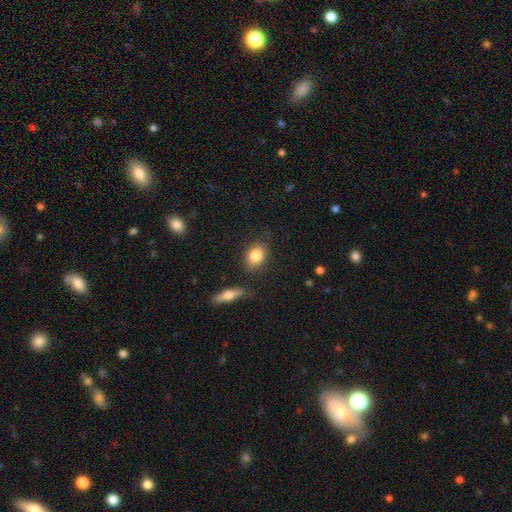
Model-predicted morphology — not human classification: The model was most divided on "how rounded": in between: 67%, round: 30%, cigar-shaped: 3%. More confident: smooth or featured — smooth (83%); merging — none (77%).